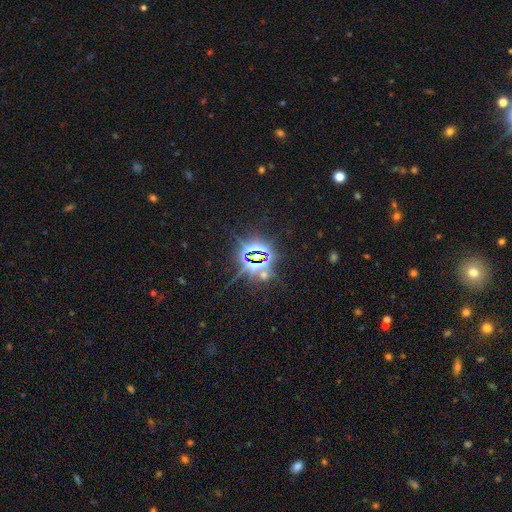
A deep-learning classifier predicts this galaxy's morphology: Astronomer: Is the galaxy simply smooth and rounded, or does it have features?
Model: star or artifact — 83%.